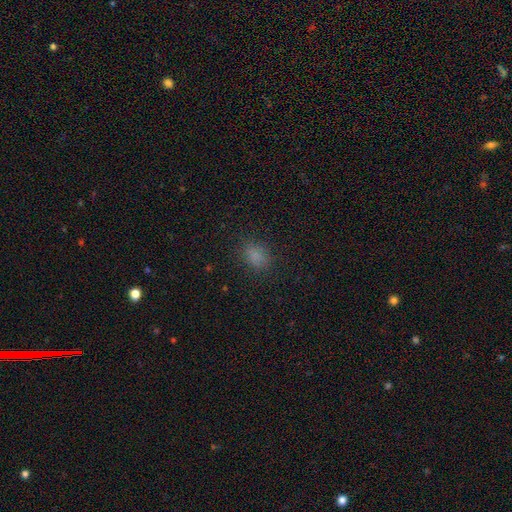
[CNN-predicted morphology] This is likely a smooth galaxy (80%). How rounded: likely in between (67%). Merging: clearly none (82%).